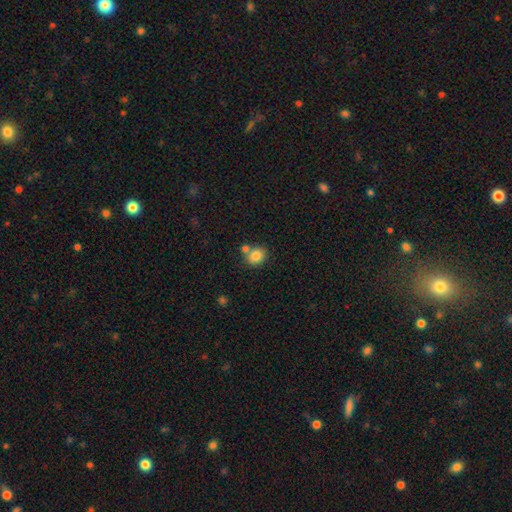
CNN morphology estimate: Q: Smooth or featured?
A: smooth (83%); runner-up: star or artifact (10%)
Q: How rounded?
A: round (71%); runner-up: in between (28%)
Q: Merging?
A: none (59%); runner-up: merger (27%)